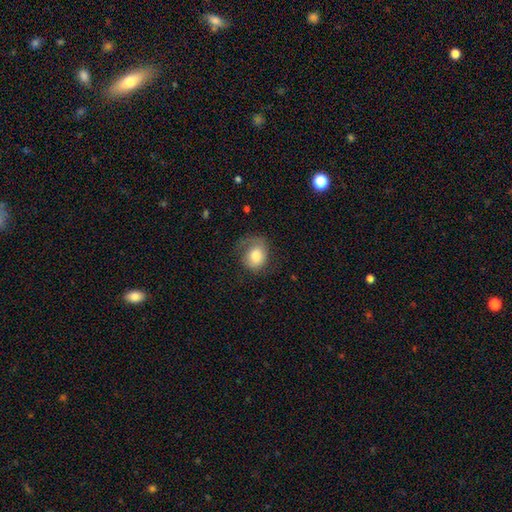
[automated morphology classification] Smooth or featured: smooth — 68% (featured or disk — 24%)
How rounded: round — 54% (in between — 45%)
Merging: none — 47% (minor disturbance — 27%)